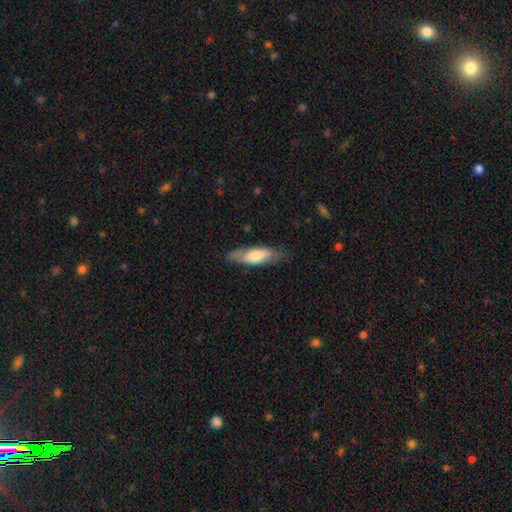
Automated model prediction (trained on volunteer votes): Overall: smooth (63%; featured or disk 31%). How rounded: in between (51%; cigar-shaped 48%). Merging: none (74%).